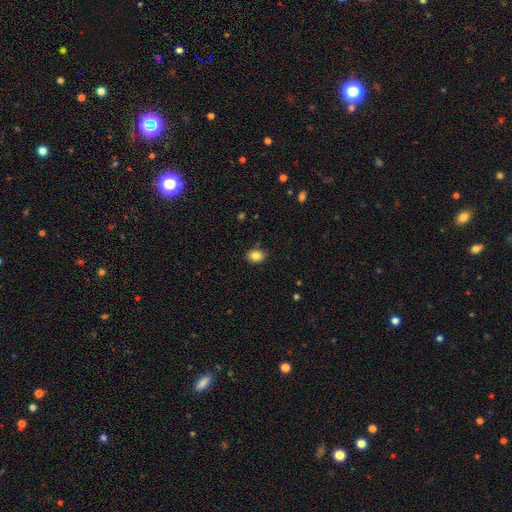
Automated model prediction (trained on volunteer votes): Smooth or featured: smooth — 86% (star or artifact — 9%)
How rounded: in between — 60% (round — 39%)
Merging: none — 84% (minor disturbance — 12%)